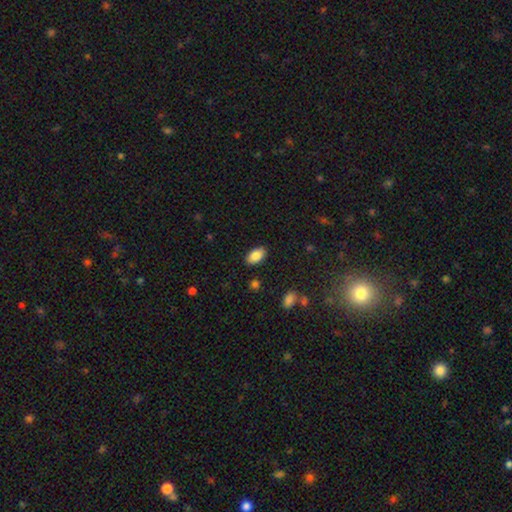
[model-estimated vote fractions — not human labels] Smooth or featured: smooth — 86% (star or artifact — 7%)
How rounded: in between — 93% (round — 5%)
Merging: none — 87% (minor disturbance — 10%)